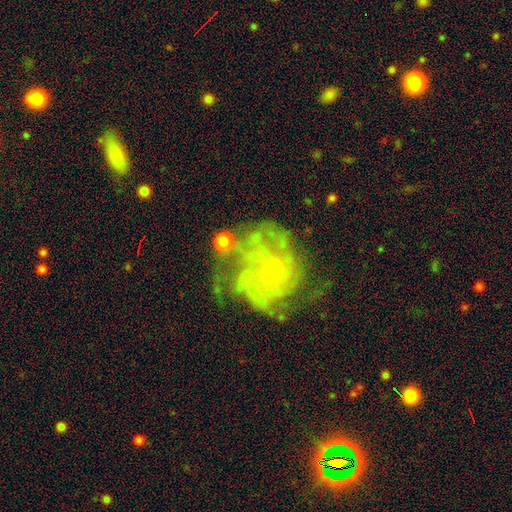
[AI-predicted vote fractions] A featured or disk galaxy (81%) with no bar (76%), tight (52%) spiral arms (87%) and a small central bulge (74%). Merging: none (54%).